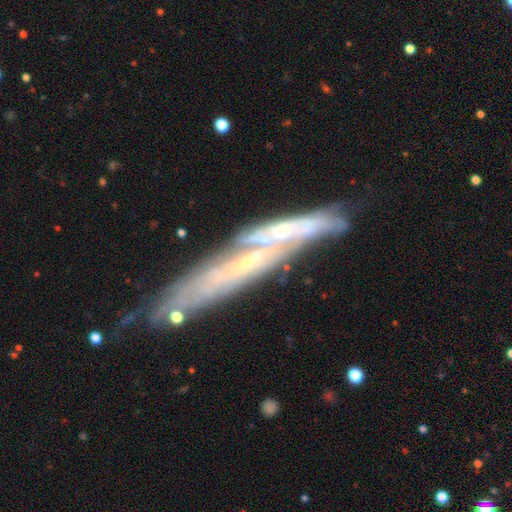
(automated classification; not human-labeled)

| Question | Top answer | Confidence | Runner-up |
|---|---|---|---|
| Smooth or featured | featured or disk | 69% | smooth (21%) |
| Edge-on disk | yes | 74% | no (26%) |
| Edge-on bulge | none | 73% | rounded (20%) |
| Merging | none | 60% | minor disturbance (18%) |